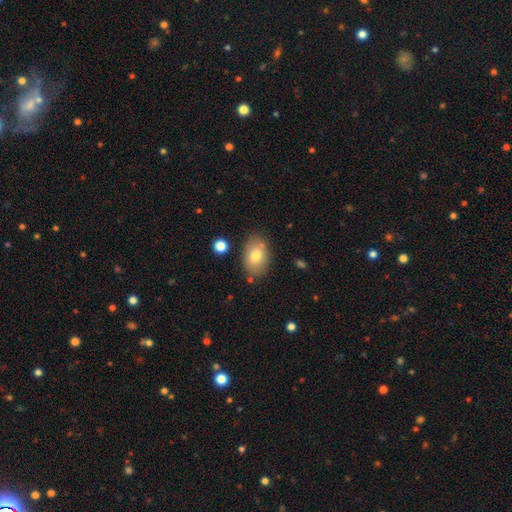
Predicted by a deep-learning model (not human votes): smooth_or_featured: smooth (p=0.77) [alt: featured or disk p=0.15]
how_rounded: in between (p=0.85) [alt: round p=0.14]
merging: none (p=0.79) [alt: minor disturbance p=0.13]